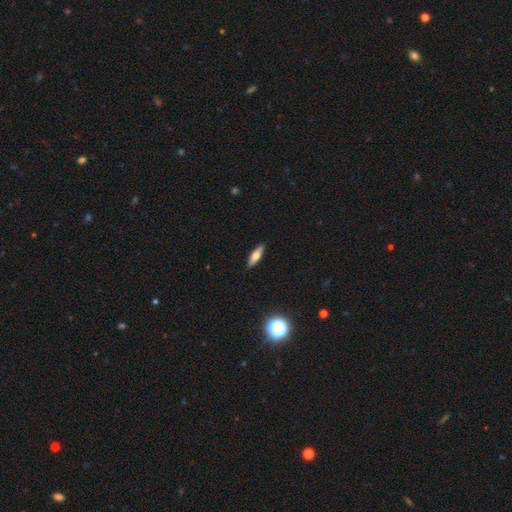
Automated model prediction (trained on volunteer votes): Morphology: type=smooth (64%); roundness=cigar-shaped (53%); merging=none (87%).